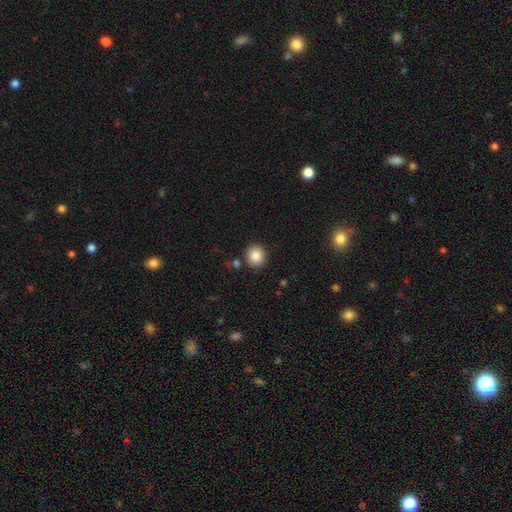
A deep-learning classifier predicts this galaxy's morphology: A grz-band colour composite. It shows a smooth galaxy with no disk features (86%) that is round (88%). Merging: none (87%).